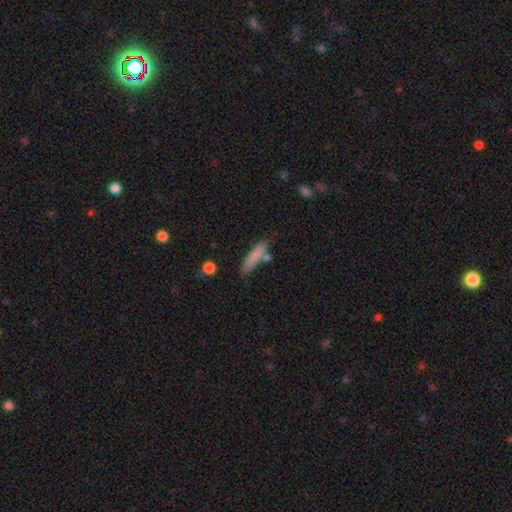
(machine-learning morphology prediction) smooth-or-featured: smooth: 77% | featured or disk: 15% | star or artifact: 7%
  how-rounded: cigar-shaped: 83% | in between: 15% | round: 2%
  merging: none: 69% | minor disturbance: 17% | merger: 10% | major disturbance: 5%